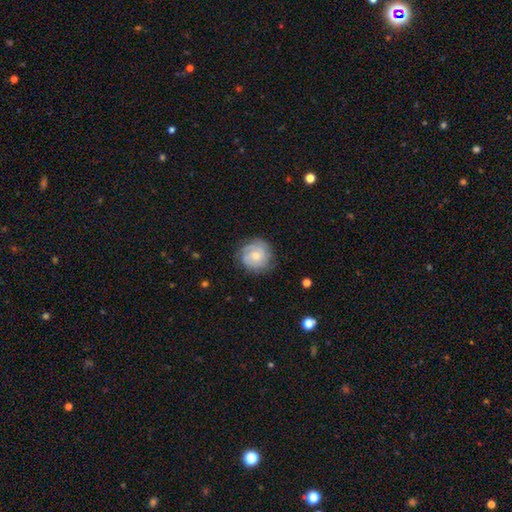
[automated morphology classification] A featured or disk galaxy (64%) with no bar (76%), tight (72%) spiral arms (88%) and a small central bulge (49%).

Vote fractions:
- Smooth or featured? featured or disk: 64% / smooth: 30% / star or artifact: 7%
- Edge-on disk? no: 98% / yes: 2%
- Bar? no: 76% / weak: 21% / strong: 3%
- Spiral arms? yes: 88% / no: 12%
- Spiral winding? tight: 72% / medium: 21% / loose: 6%
- Spiral arm count? can't tell: 36% / 2: 34% / 3: 16% / 1: 7% / 4: 5% / more than 4: 4%
- Bulge size? small: 49% / moderate: 44% / large: 3% / none: 3% / dominant: 1%
- Merging? none: 77% / minor disturbance: 16% / major disturbance: 5% / merger: 1%